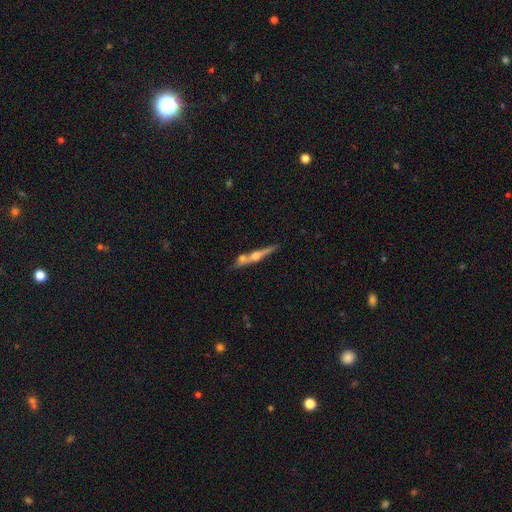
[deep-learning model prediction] Smooth or featured: featured or disk — 64% (smooth — 30%)
Edge-on disk: yes — 95% (no — 5%)
Edge-on bulge: rounded — 87% (none — 7%)
Merging: none — 60% (merger — 24%)